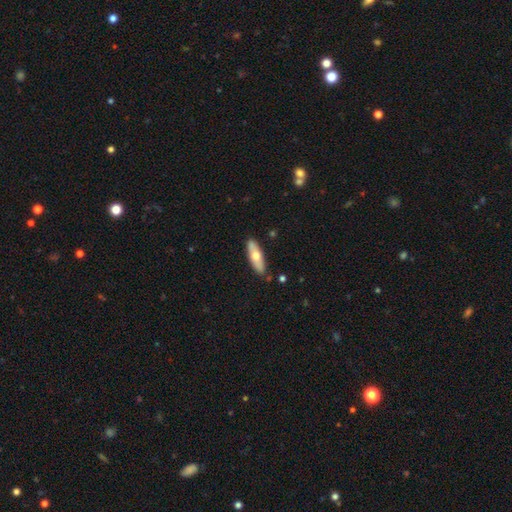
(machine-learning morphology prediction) This is possibly a smooth galaxy (59%). How rounded: possibly in between (54%). Merging: clearly none (87%).